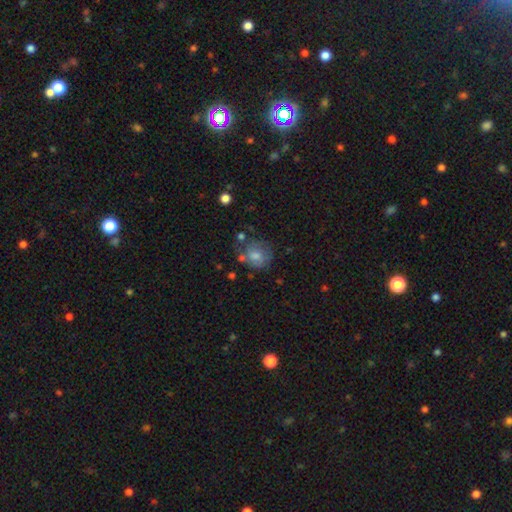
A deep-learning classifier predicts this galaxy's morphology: smooth_or_featured: smooth (p=0.68) [alt: featured or disk p=0.23]
how_rounded: round (p=0.73) [alt: in between p=0.26]
merging: none (p=0.53) [alt: minor disturbance p=0.24]